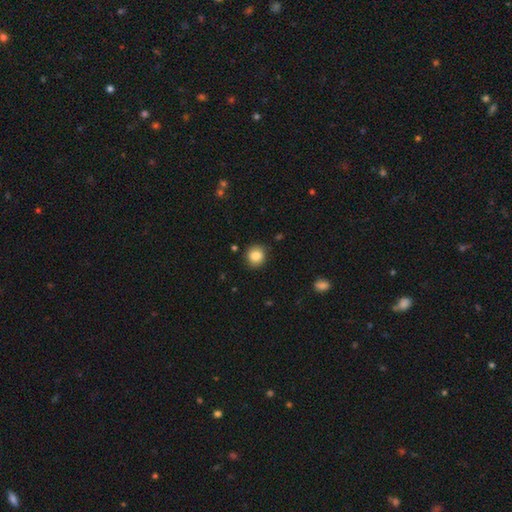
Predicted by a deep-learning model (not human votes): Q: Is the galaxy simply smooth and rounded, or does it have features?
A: smooth — 85%.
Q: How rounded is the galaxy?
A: round — 87%.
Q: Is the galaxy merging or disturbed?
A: none — 86%.